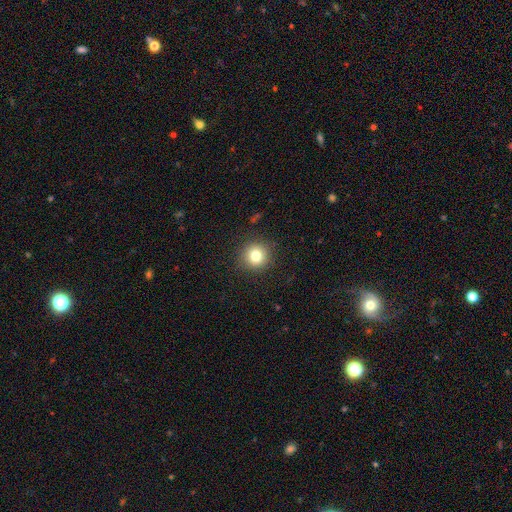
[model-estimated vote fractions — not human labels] This appears to be a smooth galaxy with no disk features (80%) that is round (94%). Merging: none (90%).